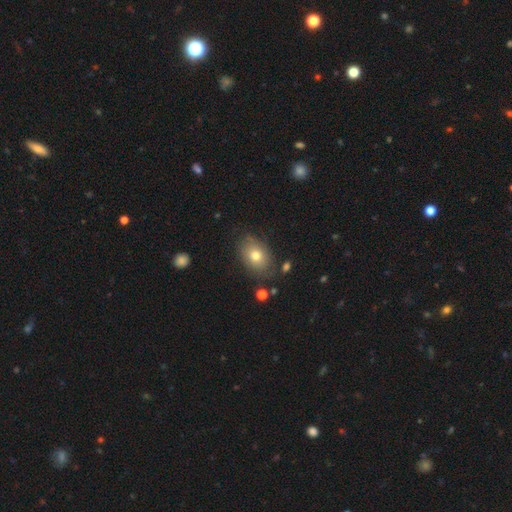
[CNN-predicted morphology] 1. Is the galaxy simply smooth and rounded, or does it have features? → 73% smooth, 17% featured or disk, 9% star or artifact.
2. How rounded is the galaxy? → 78% in between, 21% round, 1% cigar-shaped.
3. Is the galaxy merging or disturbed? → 75% none, 17% minor disturbance, 5% major disturbance, 2% merger.